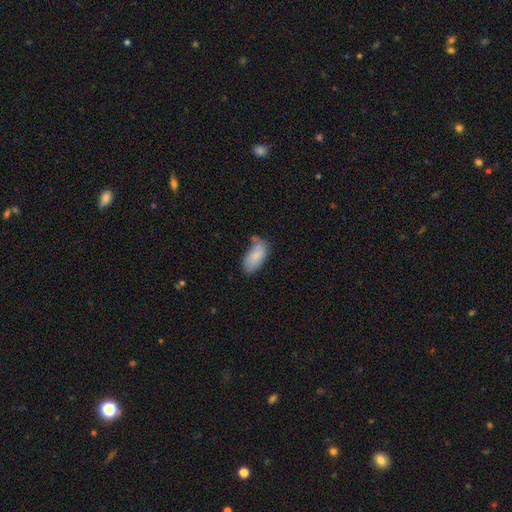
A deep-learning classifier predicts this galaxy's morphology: smooth-or-featured: smooth: 83% | featured or disk: 10% | star or artifact: 7%
  how-rounded: in between: 94% | cigar-shaped: 4% | round: 2%
  merging: none: 48% | minor disturbance: 33% | major disturbance: 10% | merger: 9%